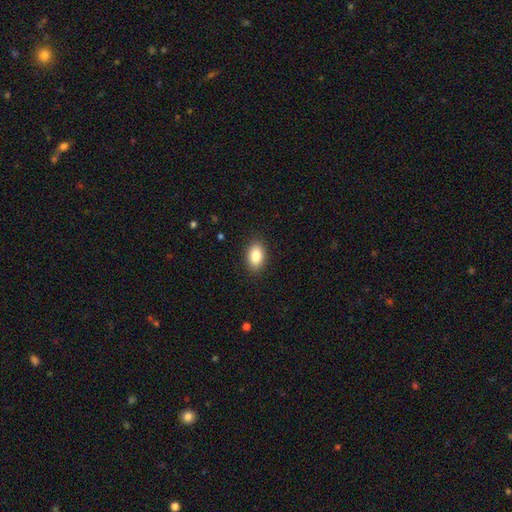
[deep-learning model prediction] This is clearly a smooth galaxy (86%). How rounded: clearly in between (90%). Merging: clearly none (89%).